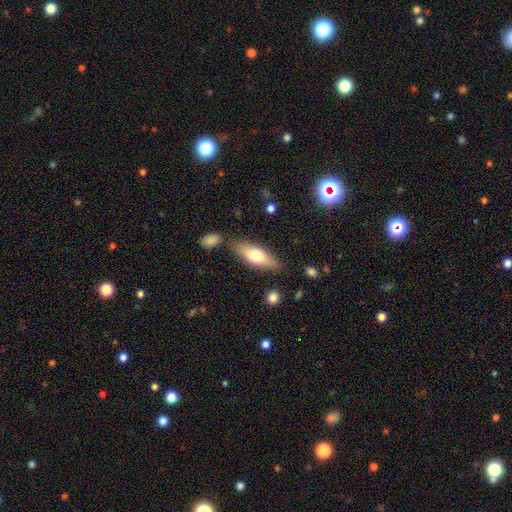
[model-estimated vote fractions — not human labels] A smooth galaxy with no disk features (65%) that is in between round and cigar-shaped (63%).

Vote fractions:
- Smooth or featured? smooth: 65% / featured or disk: 29% / star or artifact: 6%
- How rounded? in between: 63% / cigar-shaped: 34% / round: 3%
- Merging? none: 78% / minor disturbance: 13% / merger: 6% / major disturbance: 3%